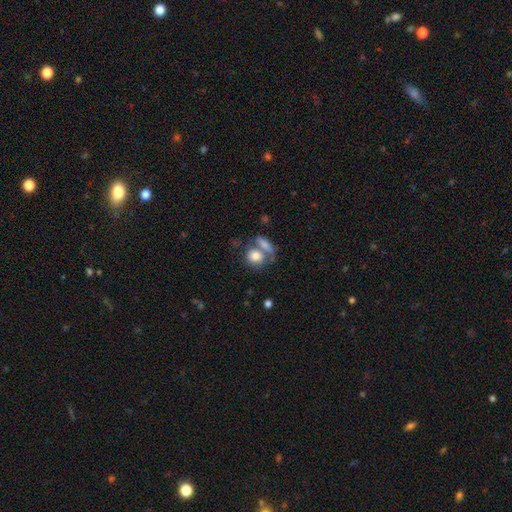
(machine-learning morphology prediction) A smooth galaxy with no disk features (78%) that is round (57%).

Vote fractions:
- Smooth or featured? smooth: 78% / featured or disk: 14% / star or artifact: 8%
- How rounded? round: 57% / in between: 40% / cigar-shaped: 3%
- Merging? merger: 43% / none: 38% / minor disturbance: 12% / major disturbance: 7%